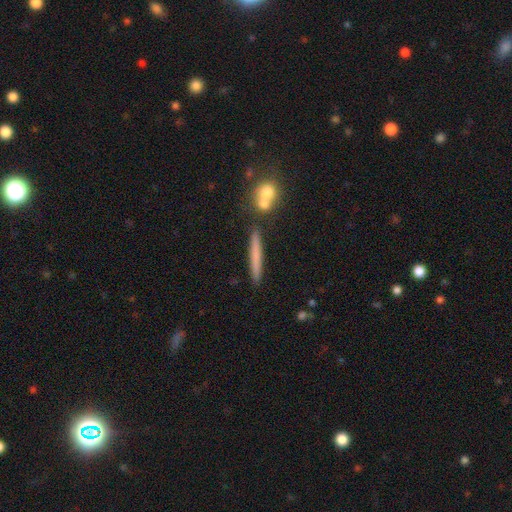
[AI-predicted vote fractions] Smooth or featured? Predicted: smooth (p=0.66). How rounded? Predicted: cigar-shaped (p=0.95). Merging? Predicted: none (p=0.83).